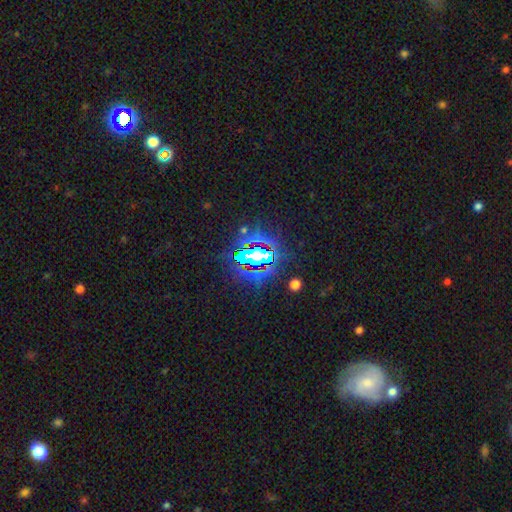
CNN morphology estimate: A star or artifact, not a galaxy (70%).